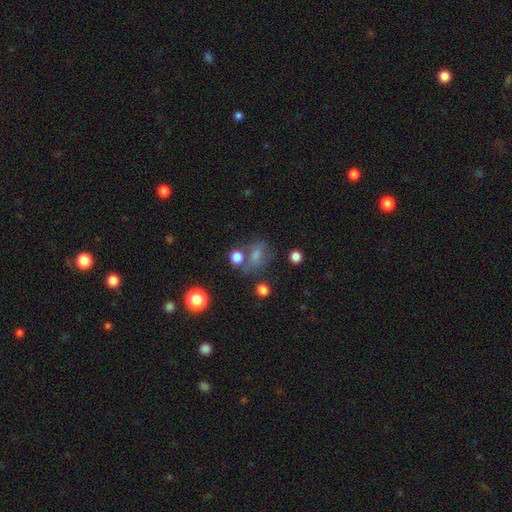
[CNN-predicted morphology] smooth_or_featured: smooth (p=0.50) [alt: star or artifact p=0.31]
merging: none (p=0.62) [alt: minor disturbance p=0.16]